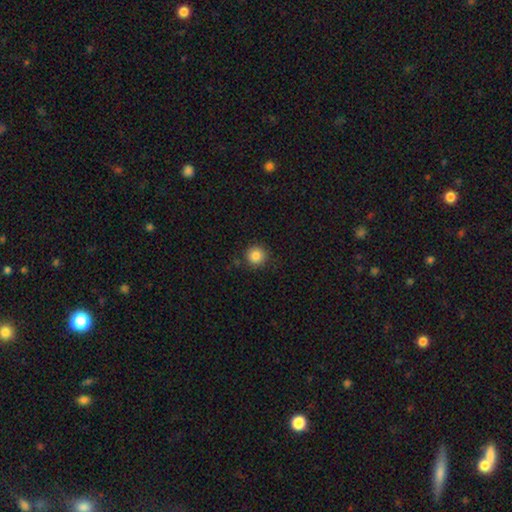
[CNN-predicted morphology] smooth_or_featured: smooth (p=0.86) [alt: star or artifact p=0.11]
how_rounded: round (p=0.94) [alt: in between p=0.05]
merging: none (p=0.89) [alt: minor disturbance p=0.07]